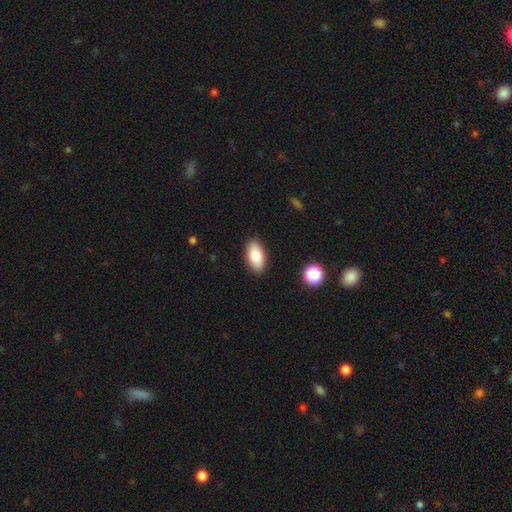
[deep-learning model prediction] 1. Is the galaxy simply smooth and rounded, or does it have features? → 83% smooth, 10% featured or disk, 7% star or artifact.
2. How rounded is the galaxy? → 94% in between, 3% round, 3% cigar-shaped.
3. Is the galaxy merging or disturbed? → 88% none, 8% minor disturbance, 2% major disturbance, 1% merger.